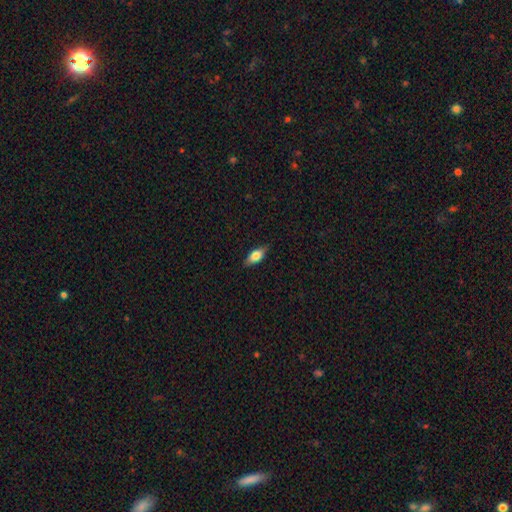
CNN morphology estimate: This appears to be a smooth galaxy with no disk features (67%) that is in between round and cigar-shaped (79%). Merging: none (83%).